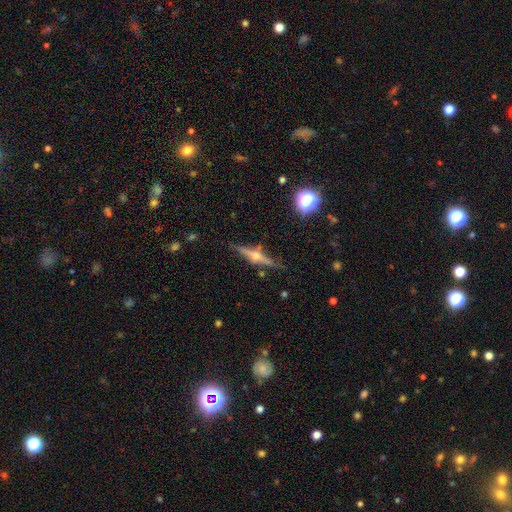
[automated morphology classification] Q: Smooth or featured?
A: featured or disk (80%); runner-up: smooth (13%)
Q: Edge-on disk?
A: yes (97%); runner-up: no (3%)
Q: Edge-on bulge?
A: rounded (94%); runner-up: boxy (4%)
Q: Merging?
A: none (86%); runner-up: minor disturbance (10%)